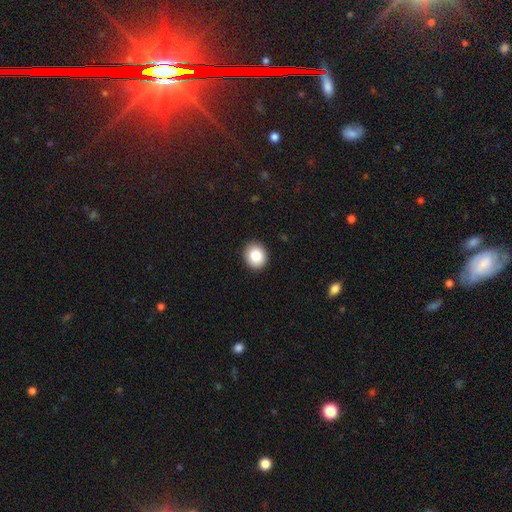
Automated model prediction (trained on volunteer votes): smooth-or-featured: smooth: 84% | star or artifact: 9% | featured or disk: 7%
  how-rounded: round: 77% | in between: 22% | cigar-shaped: 1%
  merging: none: 91% | minor disturbance: 6% | major disturbance: 2% | merger: 1%